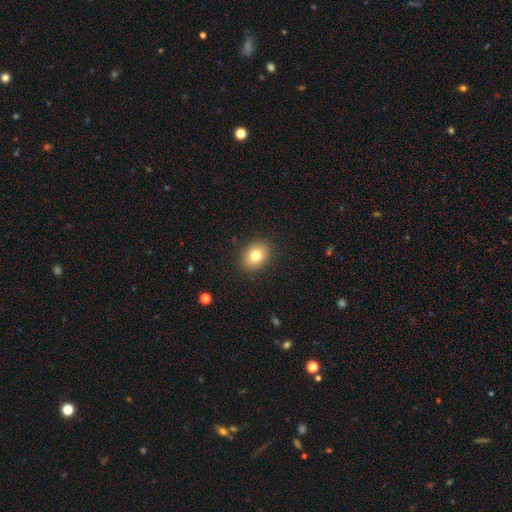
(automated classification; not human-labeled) Smooth or featured?
  - smooth: 80% *
  - featured or disk: 10%
  - star or artifact: 10%
How rounded?
  - in between: 56% *
  - round: 43%
  - cigar-shaped: 1%
Merging?
  - none: 89% *
  - minor disturbance: 8%
  - major disturbance: 2%
  - merger: 1%